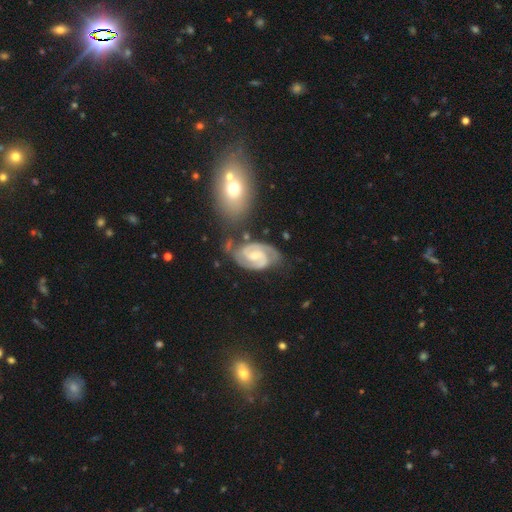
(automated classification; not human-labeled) Morphology: type=featured or disk (88%); edge-on=no (98%); bar=weak (52%); spiral arms=yes (98%); winding=tight (49%); arm count=2 (90%); bulge=small (48%); merging=none (64%).